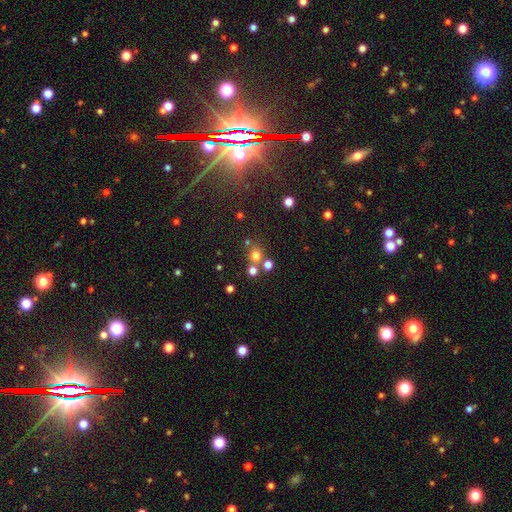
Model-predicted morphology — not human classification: Smooth or featured: smooth — 69% (star or artifact — 22%)
How rounded: round — 86% (in between — 13%)
Merging: none — 66% (merger — 22%)